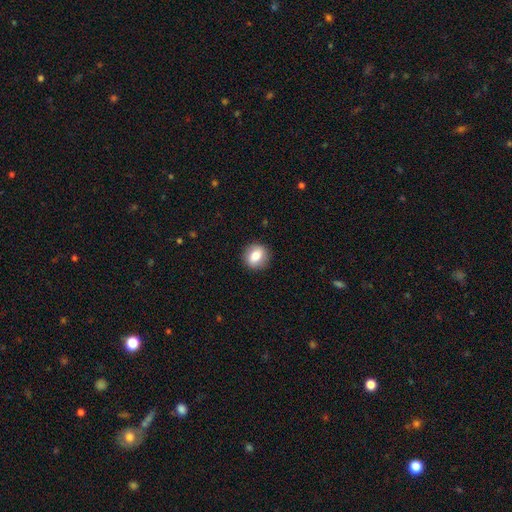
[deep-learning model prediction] smooth-or-featured: smooth: 77% | featured or disk: 14% | star or artifact: 8%
  how-rounded: round: 74% | in between: 24% | cigar-shaped: 1%
  merging: none: 89% | minor disturbance: 8% | major disturbance: 2% | merger: 1%